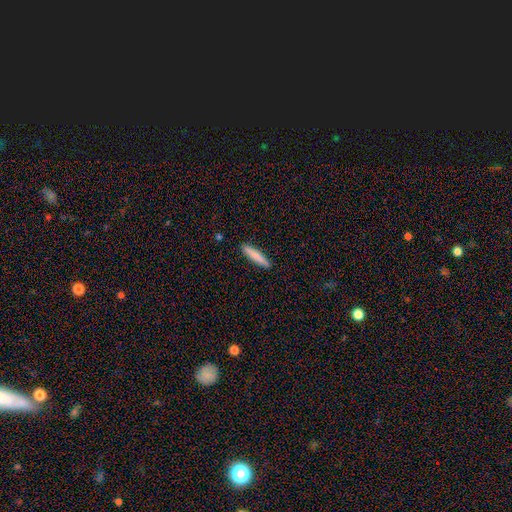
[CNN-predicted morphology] Smooth or featured? smooth (82%)
How rounded? cigar-shaped (91%)
Merging? none (90%)